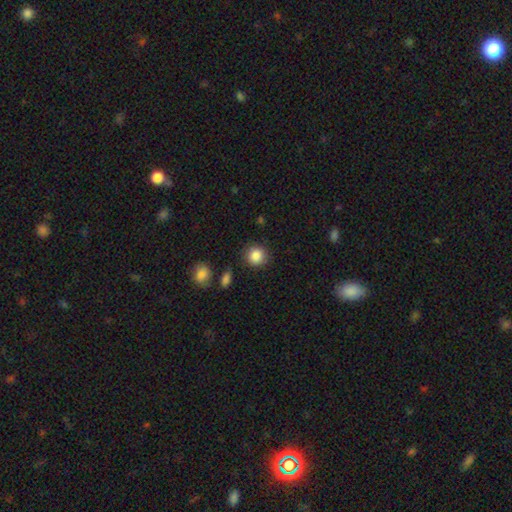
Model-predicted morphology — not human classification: smooth-or-featured: smooth: 87% | star or artifact: 9% | featured or disk: 4%
  how-rounded: round: 89% | in between: 10% | cigar-shaped: 1%
  merging: none: 86% | minor disturbance: 9% | major disturbance: 3% | merger: 2%